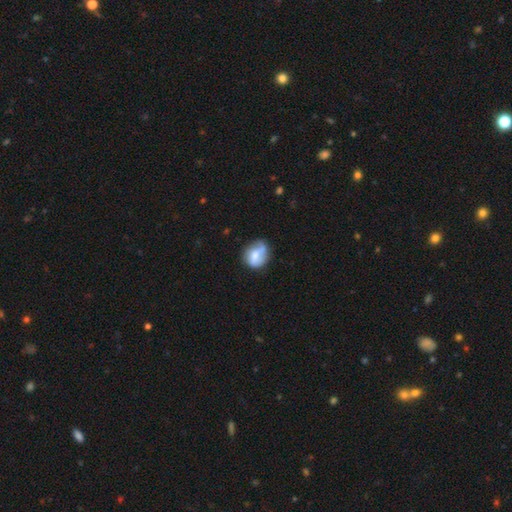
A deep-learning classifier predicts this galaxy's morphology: Smooth or featured?
  - smooth: 60% *
  - featured or disk: 33%
  - star or artifact: 8%
How rounded?
  - round: 59% *
  - in between: 39%
  - cigar-shaped: 1%
Merging?
  - none: 44% *
  - minor disturbance: 29%
  - merger: 15%
  - major disturbance: 12%